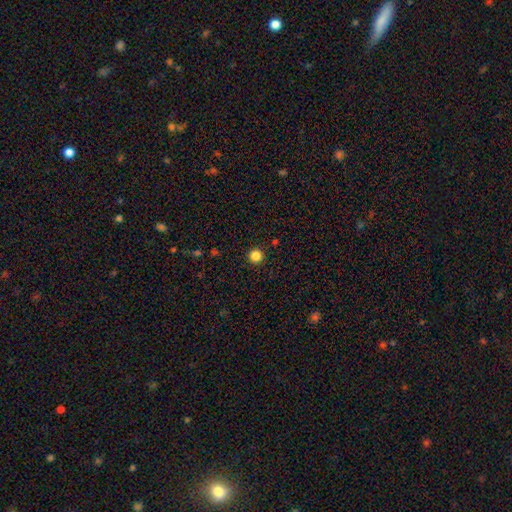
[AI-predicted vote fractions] This appears to be a smooth galaxy with no disk features (85%) that is round (96%). Merging: none (93%).